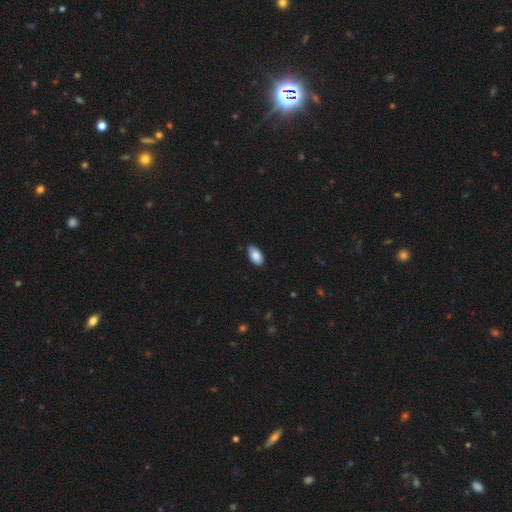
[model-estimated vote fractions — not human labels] Q: Smooth or featured?
A: smooth (87%); runner-up: star or artifact (7%)
Q: How rounded?
A: in between (95%); runner-up: round (4%)
Q: Merging?
A: none (83%); runner-up: minor disturbance (14%)